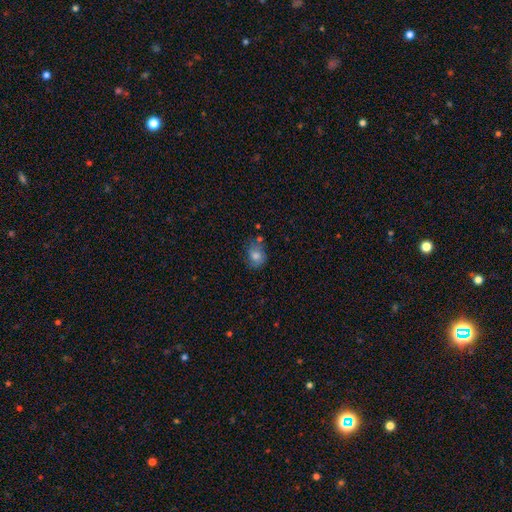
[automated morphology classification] Q: Smooth or featured?
A: smooth (70%); runner-up: featured or disk (19%)
Q: How rounded?
A: round (52%); runner-up: in between (46%)
Q: Merging?
A: none (58%); runner-up: minor disturbance (25%)